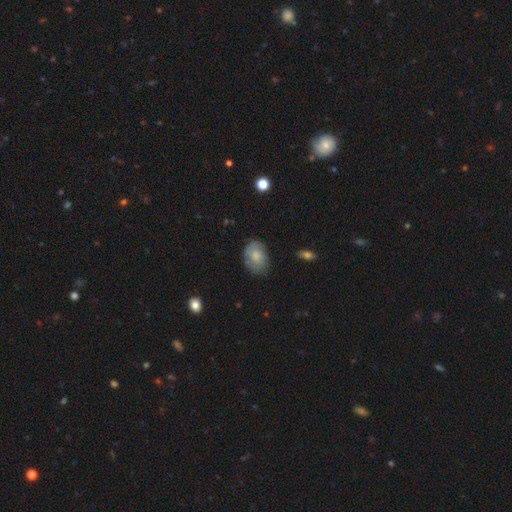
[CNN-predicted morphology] Q: Smooth or featured?
A: smooth (69%); runner-up: featured or disk (24%)
Q: How rounded?
A: in between (78%); runner-up: round (21%)
Q: Merging?
A: none (72%); runner-up: minor disturbance (21%)